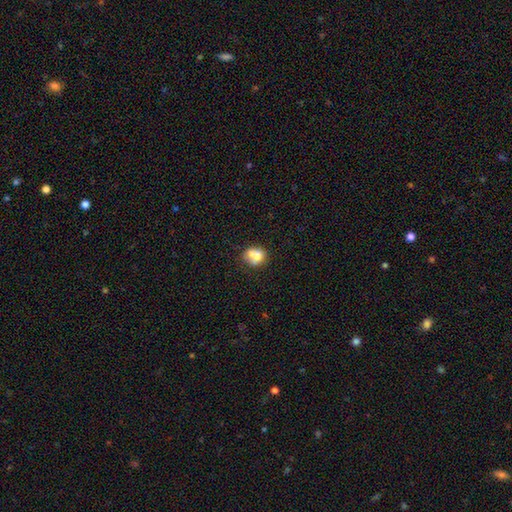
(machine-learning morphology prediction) smooth_or_featured: smooth (p=0.68) [alt: featured or disk p=0.23]
how_rounded: round (p=0.65) [alt: in between p=0.34]
merging: merger (p=0.48) [alt: none p=0.34]